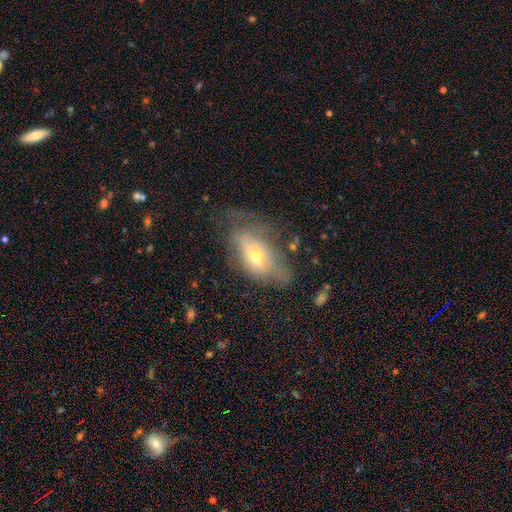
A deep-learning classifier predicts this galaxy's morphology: featured or disk 46%, smooth 45%, star or artifact 9%. Down the decision tree: merging — none (40%).